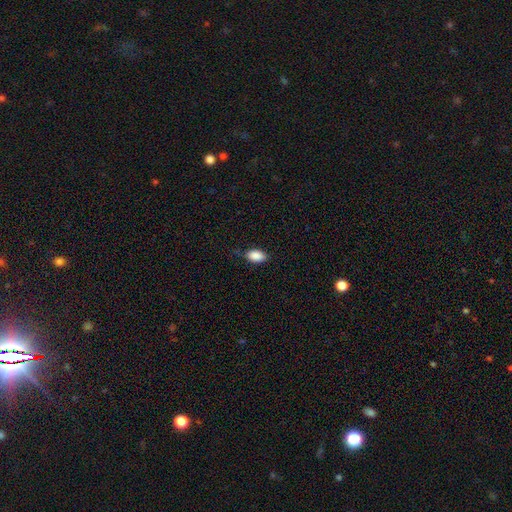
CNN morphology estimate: Smooth or featured? Predicted: smooth (p=0.89). How rounded? Predicted: in between (p=0.92). Merging? Predicted: none (p=0.76).